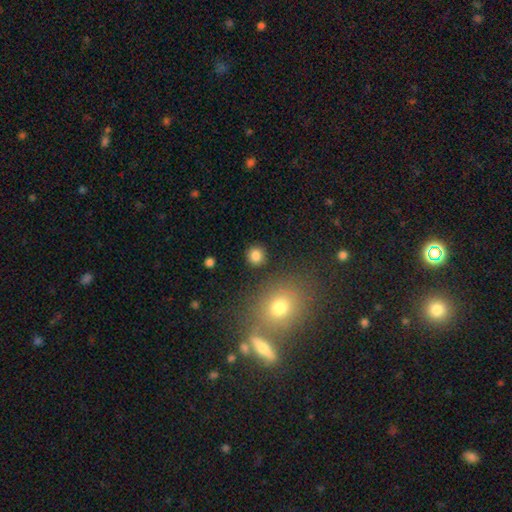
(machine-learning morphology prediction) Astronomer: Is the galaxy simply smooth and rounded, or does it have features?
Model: smooth — 84%.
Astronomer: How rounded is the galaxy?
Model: round — 92%.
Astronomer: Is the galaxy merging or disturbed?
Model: none — 89%.